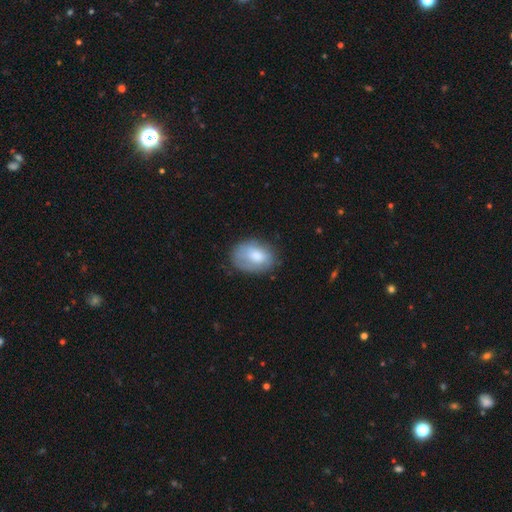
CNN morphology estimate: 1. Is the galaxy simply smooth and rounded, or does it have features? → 71% smooth, 22% featured or disk, 7% star or artifact.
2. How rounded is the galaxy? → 79% in between, 20% round, 1% cigar-shaped.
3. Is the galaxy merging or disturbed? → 64% none, 25% minor disturbance, 9% major disturbance, 2% merger.